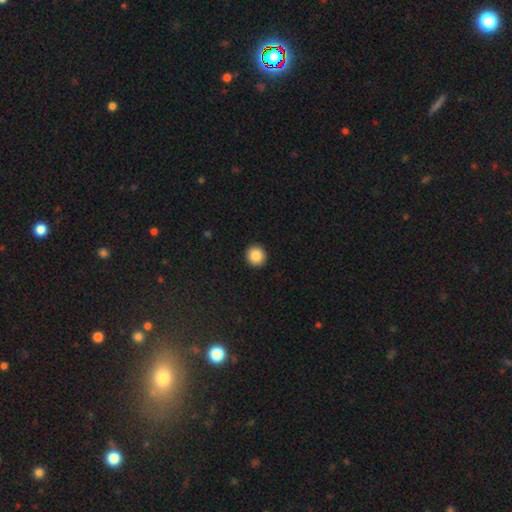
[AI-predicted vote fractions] The model was most divided on "smooth or featured": smooth: 87%, star or artifact: 9%, featured or disk: 4%. More confident: merging — none (93%); how rounded — round (93%).